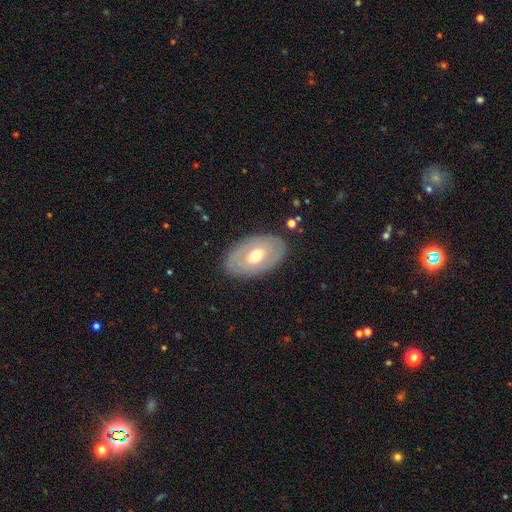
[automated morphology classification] This is possibly a smooth galaxy (48%). Merging: clearly none (84%).